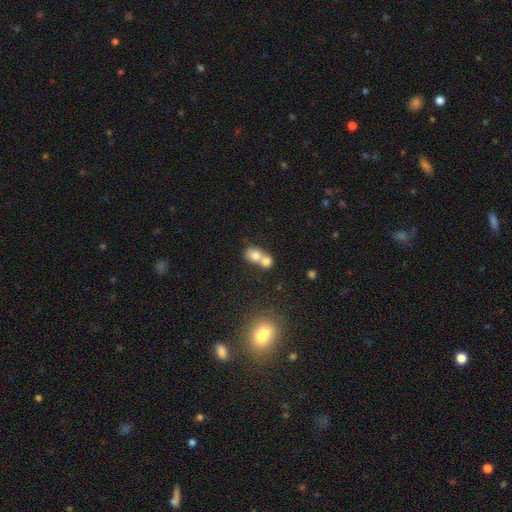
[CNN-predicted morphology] This appears to be a smooth galaxy with no disk features (70%) that is round (54%). Merging: merger (72%).